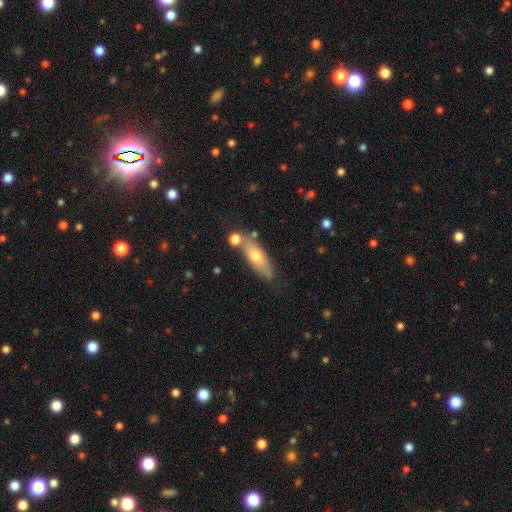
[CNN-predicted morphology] Smooth or featured? Predicted: smooth (p=0.63). How rounded? Predicted: in between (p=0.51). Merging? Predicted: none (p=0.66).